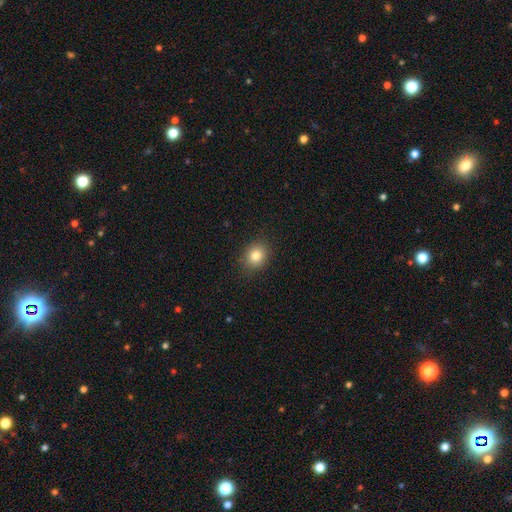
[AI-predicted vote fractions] Q: Smooth or featured?
A: smooth (82%); runner-up: star or artifact (11%)
Q: How rounded?
A: round (66%); runner-up: in between (33%)
Q: Merging?
A: none (88%); runner-up: minor disturbance (9%)